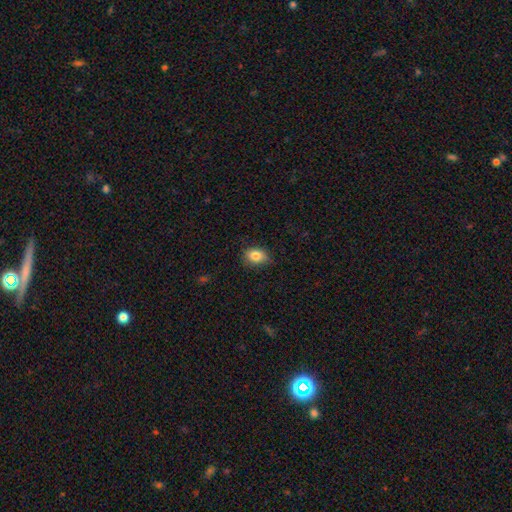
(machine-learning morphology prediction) A smooth galaxy with no disk features (84%) that is in between round and cigar-shaped (74%). Merging: none (79%).